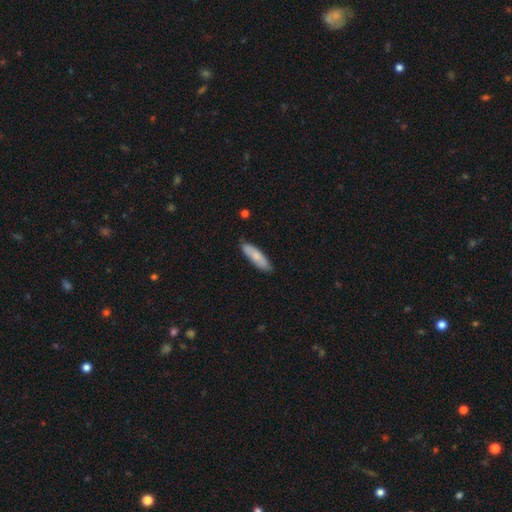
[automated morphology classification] A smooth galaxy with no disk features (76%) that is cigar-shaped (63%). Merging: none (84%).